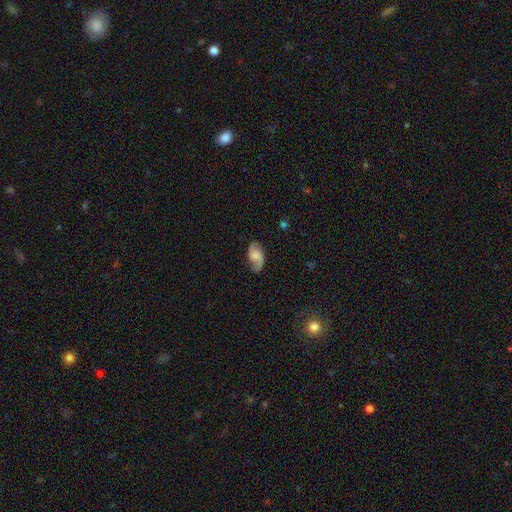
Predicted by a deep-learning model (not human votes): smooth_or_featured: featured or disk (p=0.56) [alt: smooth p=0.36]
disk_edge_on: no (p=0.96) [alt: yes p=0.04]
bar: no (p=0.54) [alt: weak p=0.39]
has_spiral_arms: yes (p=0.92) [alt: no p=0.08]
bulge_size: moderate (p=0.33) [alt: small p=0.28]
merging: none (p=0.74) [alt: minor disturbance p=0.19]